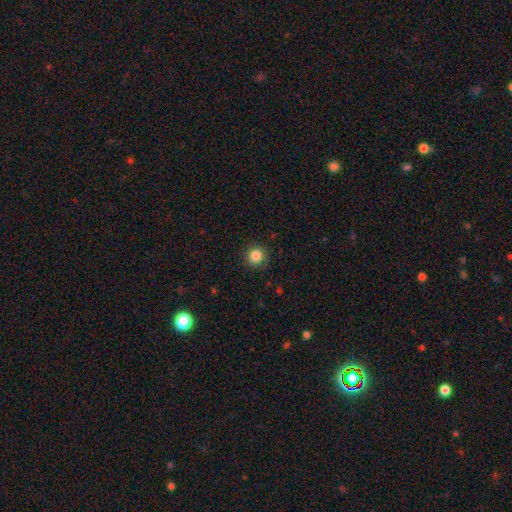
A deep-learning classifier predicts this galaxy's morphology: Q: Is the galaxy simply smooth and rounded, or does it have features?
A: smooth — 85%.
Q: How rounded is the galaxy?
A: round — 94%.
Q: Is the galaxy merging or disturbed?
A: none — 91%.